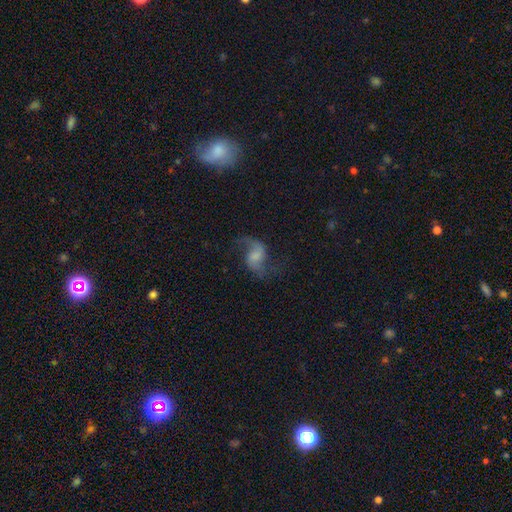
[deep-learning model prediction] Smooth or featured? Predicted: featured or disk (p=0.79). Edge-on disk? Predicted: no (p=0.97). Bar? Predicted: weak (p=0.44). Spiral arms? Predicted: yes (p=0.94). Spiral winding? Predicted: loose (p=0.80). Spiral arm count? Predicted: 2 (p=0.92). Bulge size? Predicted: moderate (p=0.29). Merging? Predicted: none (p=0.68).